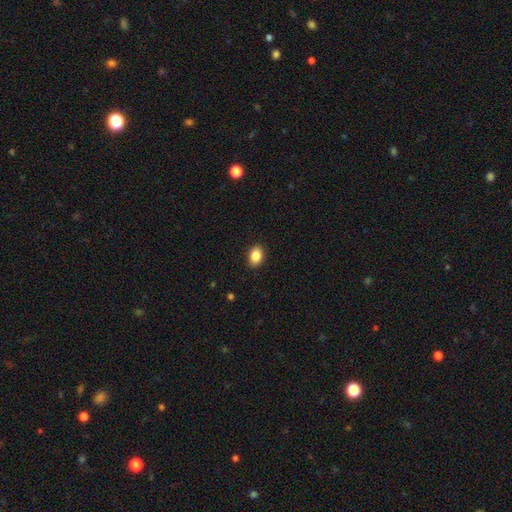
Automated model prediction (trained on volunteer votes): Smooth or featured? smooth (86%)
How rounded? in between (74%)
Merging? none (89%)